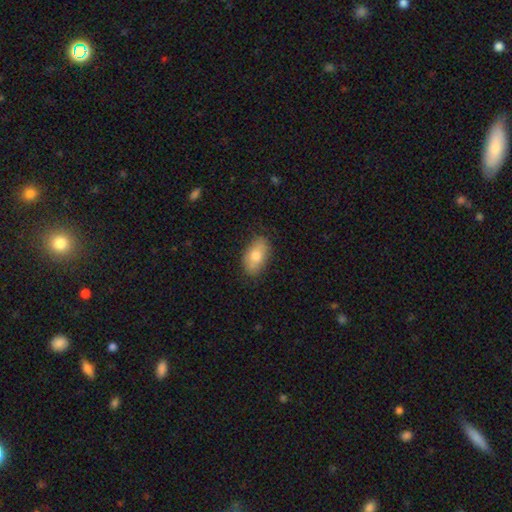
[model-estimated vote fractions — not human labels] smooth_or_featured: smooth (p=0.76) [alt: featured or disk p=0.18]
how_rounded: in between (p=0.92) [alt: round p=0.06]
merging: none (p=0.82) [alt: minor disturbance p=0.14]